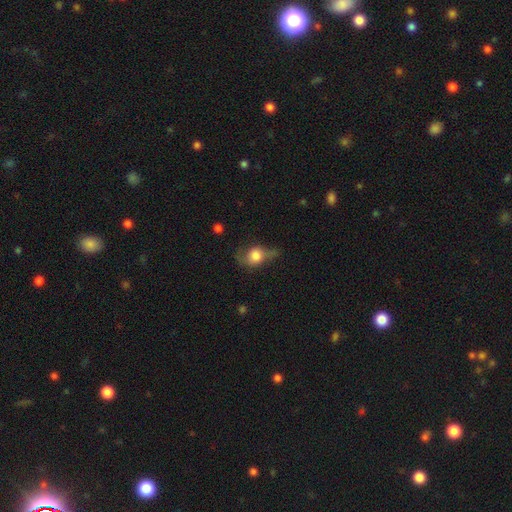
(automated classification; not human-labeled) smooth_or_featured: smooth (p=0.63) [alt: featured or disk p=0.28]
how_rounded: round (p=0.53) [alt: in between p=0.45]
merging: none (p=0.42) [alt: minor disturbance p=0.32]